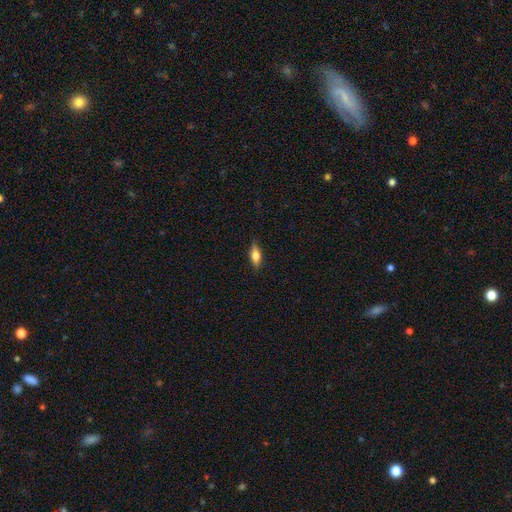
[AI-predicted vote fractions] The model was most divided on "smooth or featured": smooth: 60%, featured or disk: 33%, star or artifact: 7%. More confident: merging — none (84%); how rounded — in between (64%).